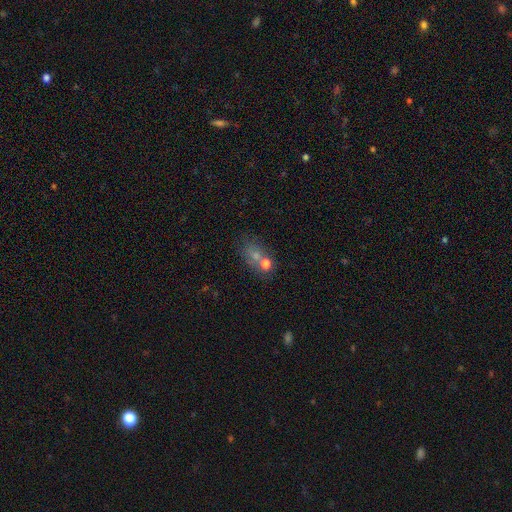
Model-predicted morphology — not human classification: Overall: smooth (53%; star or artifact 26%). How rounded: in between (57%; round 40%). Merging: none (51%; merger 29%).